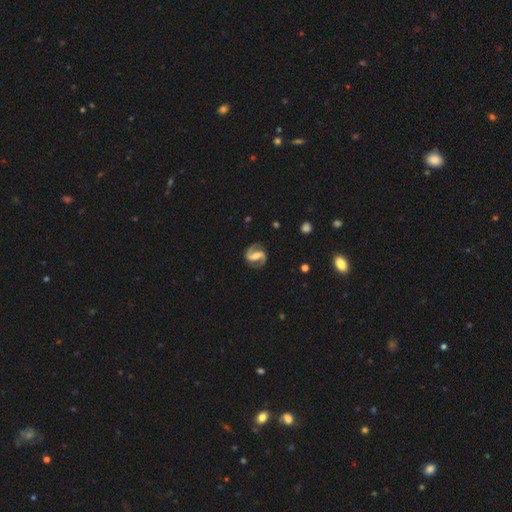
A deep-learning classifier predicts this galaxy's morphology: Smooth or featured? featured or disk (91%)
Edge-on disk? no (98%)
Bar? strong (46%)
Spiral arms? yes (98%)
Spiral winding? medium (58%)
Spiral arm count? 2 (94%)
Bulge size? moderate (54%)
Merging? none (85%)